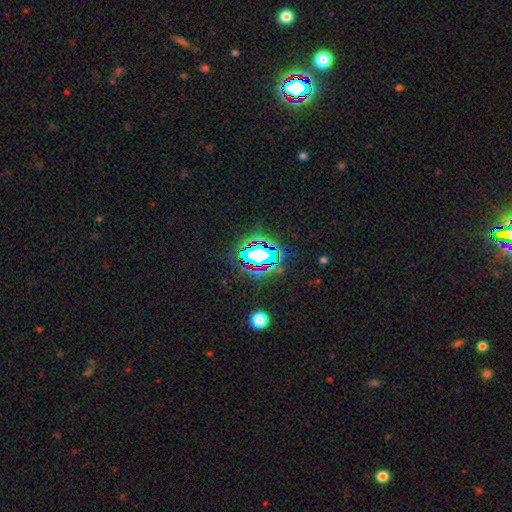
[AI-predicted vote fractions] smooth-or-featured: star or artifact: 65% | smooth: 19% | featured or disk: 16%